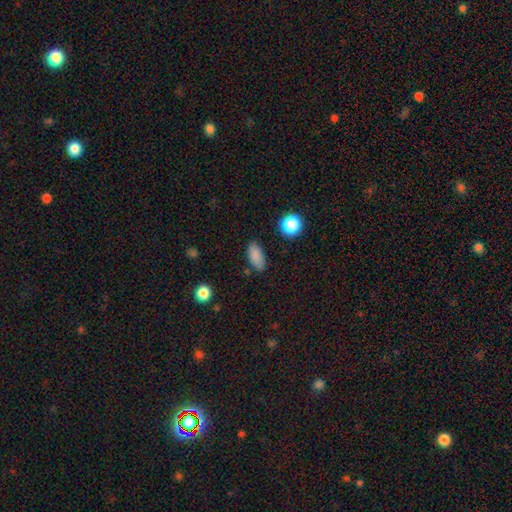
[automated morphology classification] smooth_or_featured: smooth (p=0.85) [alt: star or artifact p=0.09]
how_rounded: in between (p=0.88) [alt: cigar-shaped p=0.07]
merging: none (p=0.82) [alt: minor disturbance p=0.13]